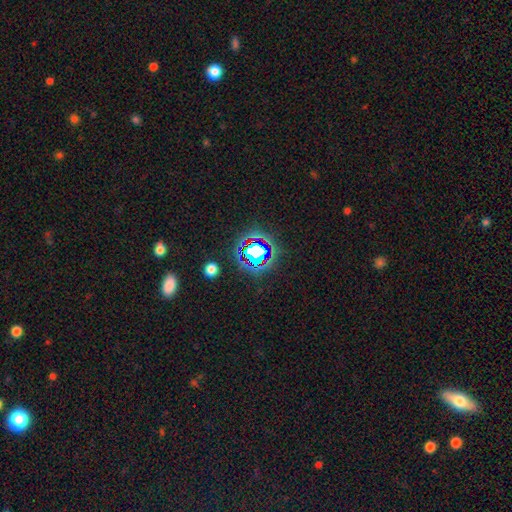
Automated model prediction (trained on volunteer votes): A star or artifact, not a galaxy (78%).

Vote fractions:
- Smooth or featured? star or artifact: 78% / smooth: 14% / featured or disk: 8%